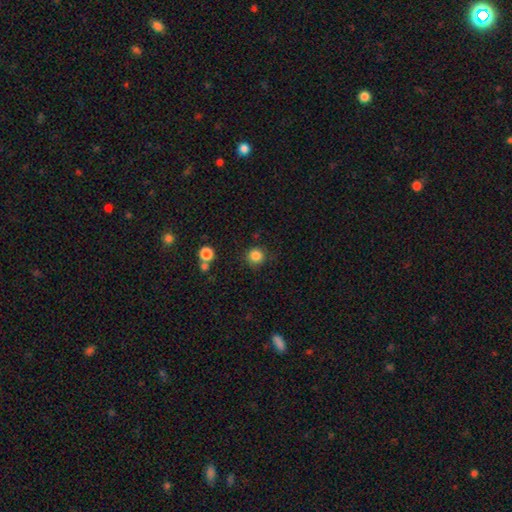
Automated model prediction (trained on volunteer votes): Smooth or featured: smooth — 85% (star or artifact — 11%)
How rounded: round — 94% (in between — 5%)
Merging: none — 84% (minor disturbance — 10%)